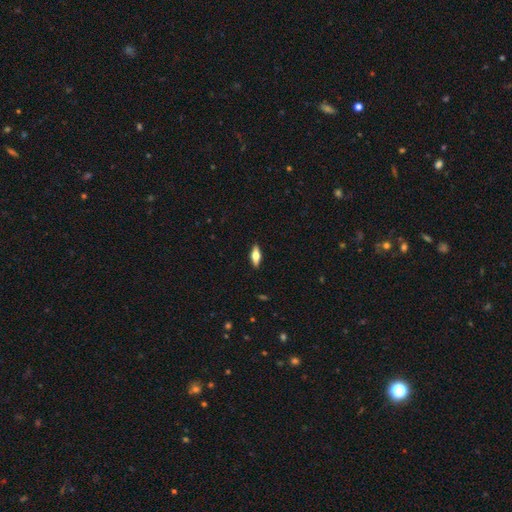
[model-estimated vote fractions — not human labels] Morphology: type=smooth (50%); merging=none (89%).